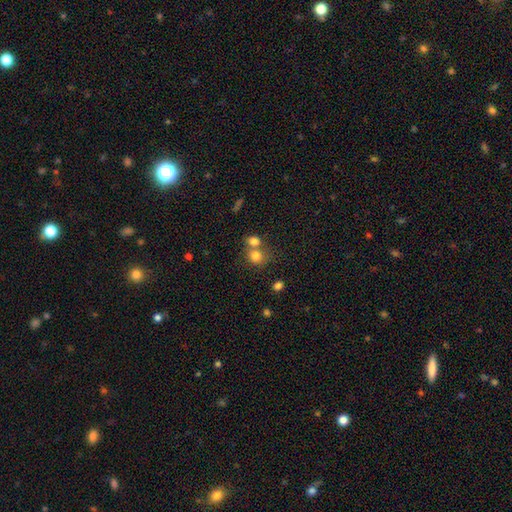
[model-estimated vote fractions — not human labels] This appears to be a smooth galaxy with no disk features (79%) that is round (76%). Merging: merger (47%).